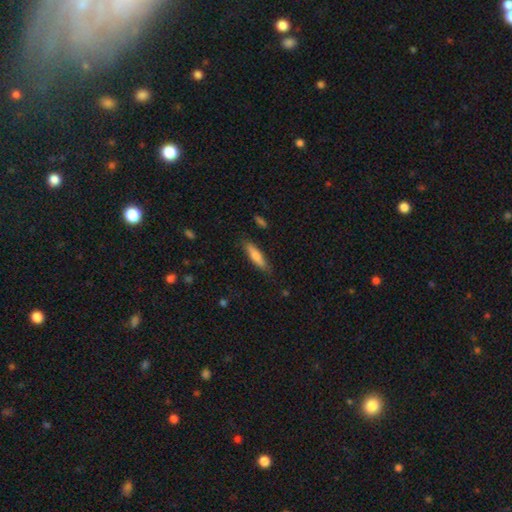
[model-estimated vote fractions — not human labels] A smooth galaxy with no disk features (73%) that is cigar-shaped (69%). Merging: none (83%).